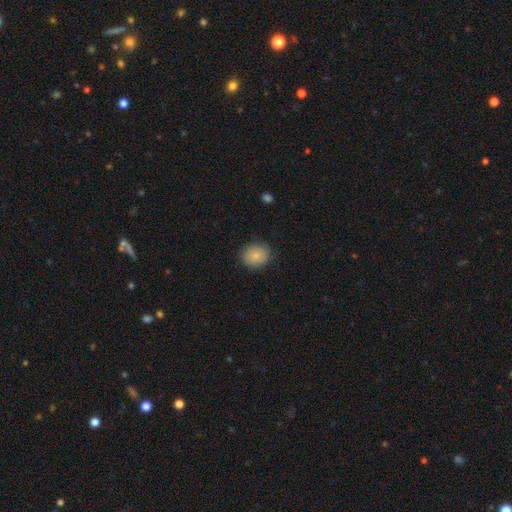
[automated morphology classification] Q: Smooth or featured?
A: smooth (83%); runner-up: featured or disk (9%)
Q: How rounded?
A: round (68%); runner-up: in between (31%)
Q: Merging?
A: none (81%); runner-up: minor disturbance (14%)